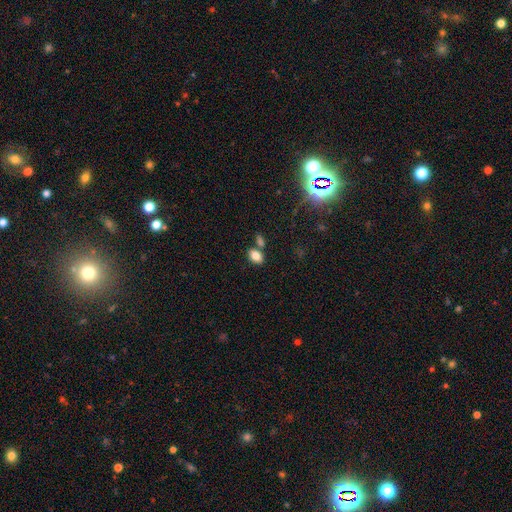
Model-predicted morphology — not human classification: smooth-or-featured: smooth: 82% | star or artifact: 10% | featured or disk: 7%
  how-rounded: in between: 84% | round: 14% | cigar-shaped: 2%
  merging: none: 62% | merger: 22% | minor disturbance: 12% | major disturbance: 3%